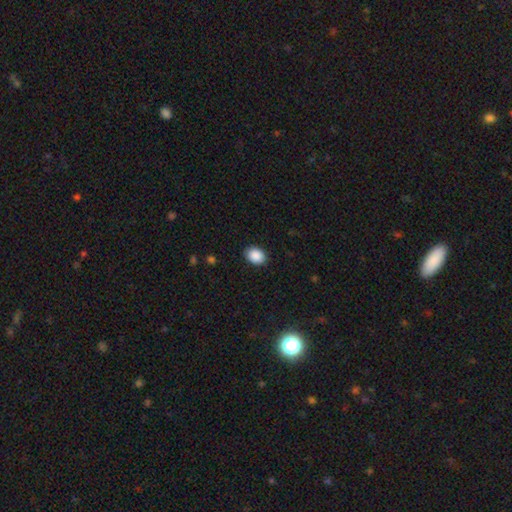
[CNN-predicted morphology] This is clearly a smooth galaxy (89%). How rounded: likely in between (68%). Merging: clearly none (89%).